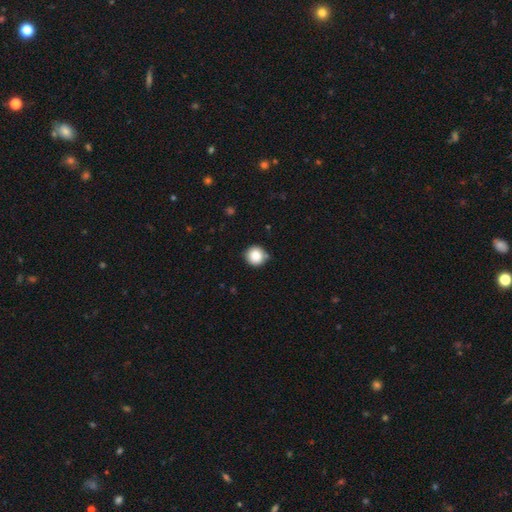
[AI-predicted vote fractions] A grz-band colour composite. It shows a smooth galaxy with no disk features (86%) that is round (94%). Merging: none (79%).